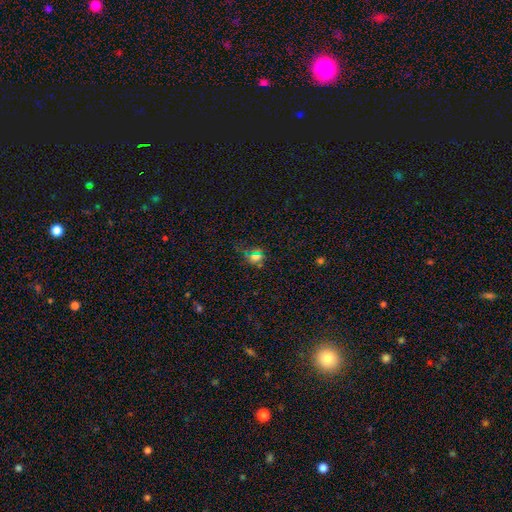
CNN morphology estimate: Q: Smooth or featured?
A: smooth (46%); runner-up: star or artifact (44%)
Q: Merging?
A: none (72%); runner-up: minor disturbance (14%)